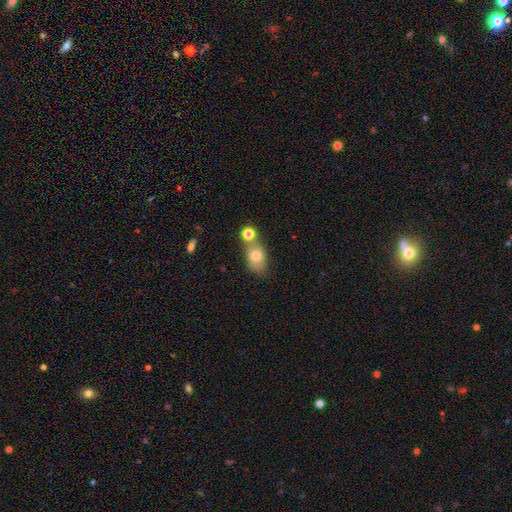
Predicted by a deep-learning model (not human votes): Q: Smooth or featured?
A: smooth (73%); runner-up: featured or disk (18%)
Q: How rounded?
A: in between (77%); runner-up: round (21%)
Q: Merging?
A: none (44%); runner-up: merger (33%)